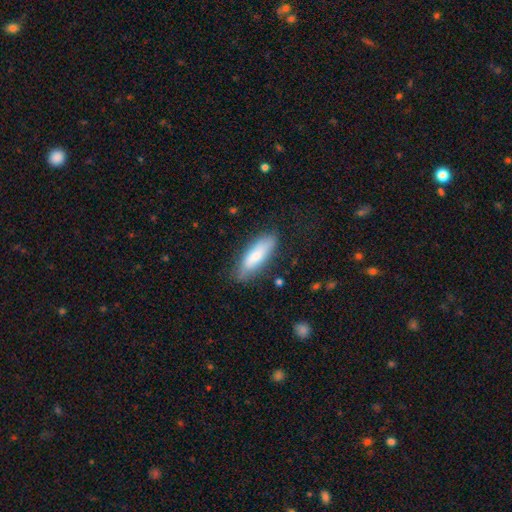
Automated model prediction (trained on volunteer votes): A smooth galaxy with no disk features (78%) that is in between round and cigar-shaped (55%). Merging: none (75%).